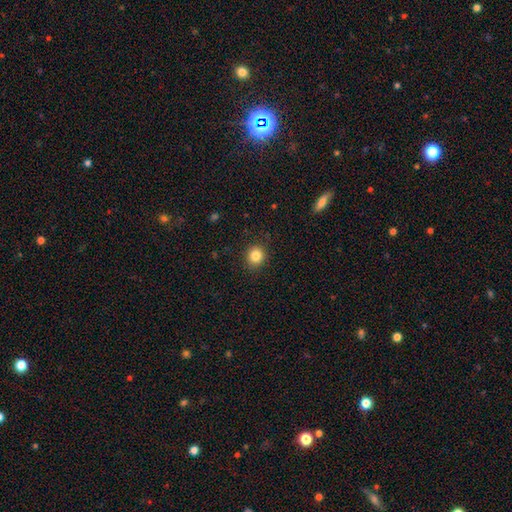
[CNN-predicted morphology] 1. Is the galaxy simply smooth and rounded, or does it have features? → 84% smooth, 11% star or artifact, 5% featured or disk.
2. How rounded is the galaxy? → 81% round, 18% in between, 1% cigar-shaped.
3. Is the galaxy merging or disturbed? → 89% none, 8% minor disturbance, 2% major disturbance, 1% merger.